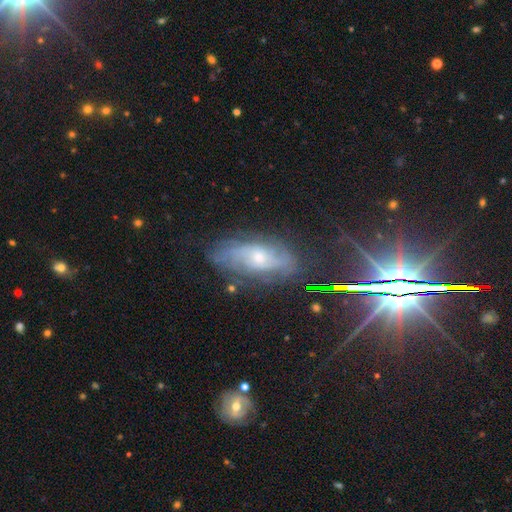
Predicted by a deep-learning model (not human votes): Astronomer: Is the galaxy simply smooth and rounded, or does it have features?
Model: featured or disk — 63%.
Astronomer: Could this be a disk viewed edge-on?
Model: no — 84%.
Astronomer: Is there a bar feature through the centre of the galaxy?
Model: no — 68%.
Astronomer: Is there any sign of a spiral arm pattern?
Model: yes — 84%.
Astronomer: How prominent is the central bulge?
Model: small — 56% (runner-up: moderate, 39%).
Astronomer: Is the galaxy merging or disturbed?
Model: none — 71%.